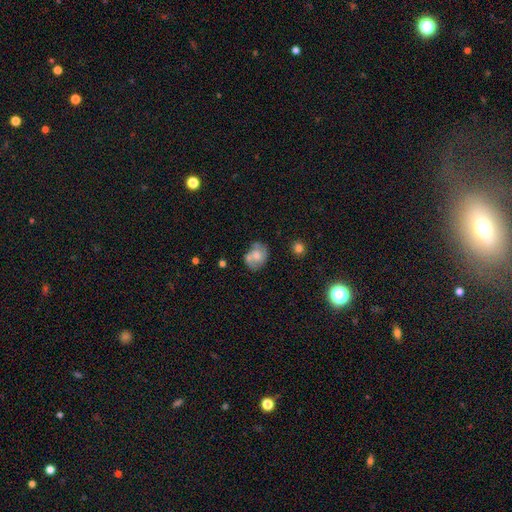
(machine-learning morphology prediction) A smooth galaxy with no disk features (49%). Merging: none (49%).